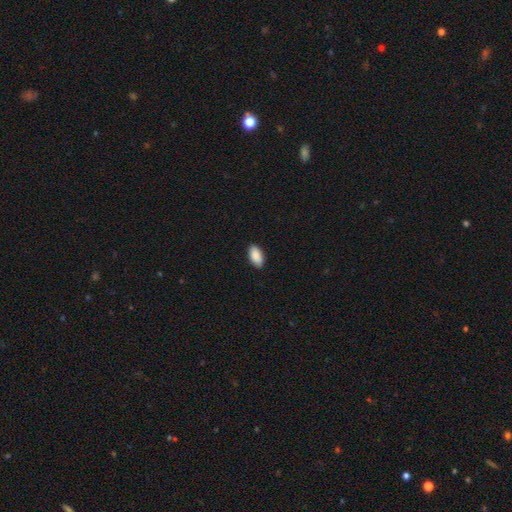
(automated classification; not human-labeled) Smooth or featured? smooth (90%)
How rounded? in between (94%)
Merging? none (89%)